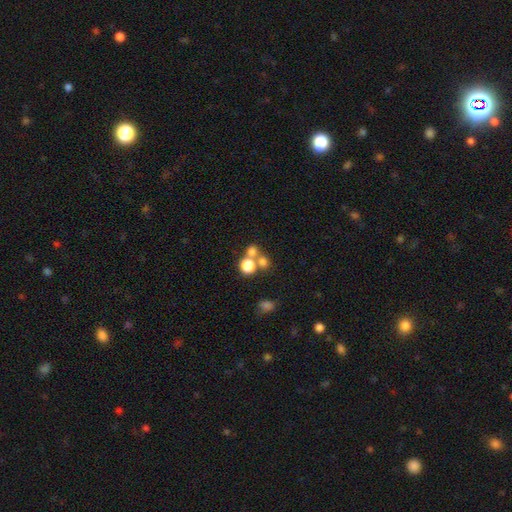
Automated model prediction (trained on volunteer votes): smooth-or-featured: smooth: 61% | star or artifact: 25% | featured or disk: 14%
  how-rounded: round: 83% | in between: 15% | cigar-shaped: 1%
  merging: none: 50% | merger: 39% | minor disturbance: 7% | major disturbance: 4%